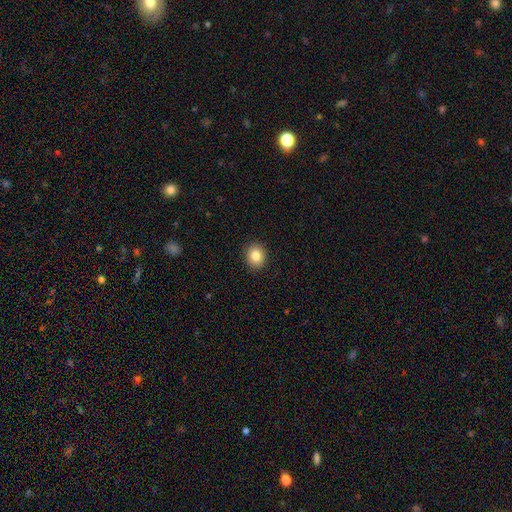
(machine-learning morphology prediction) Smooth or featured? Predicted: smooth (p=0.84). How rounded? Predicted: round (p=0.71). Merging? Predicted: none (p=0.91).